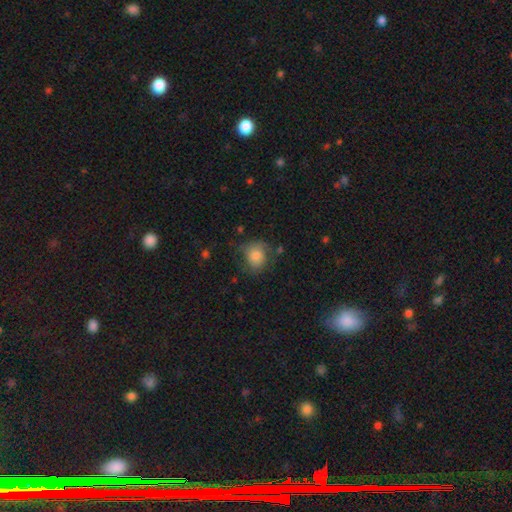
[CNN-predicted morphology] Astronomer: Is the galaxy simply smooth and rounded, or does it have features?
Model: smooth — 76%.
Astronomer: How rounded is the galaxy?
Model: round — 68%.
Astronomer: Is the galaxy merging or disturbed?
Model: none — 57%.